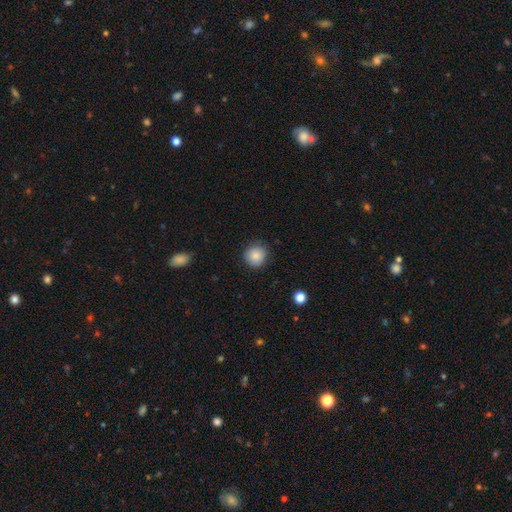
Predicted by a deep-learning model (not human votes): Overall: smooth (86%). How rounded: round (92%). Merging: none (86%).